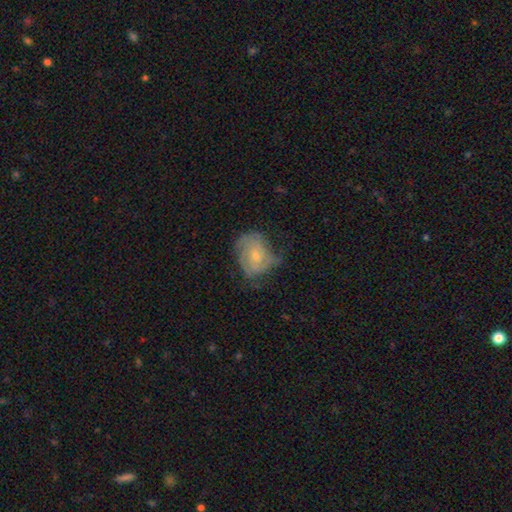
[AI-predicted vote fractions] Smooth or featured: featured or disk — 60% (smooth — 31%)
Edge-on disk: no — 97% (yes — 3%)
Bar: no — 73% (weak — 23%)
Spiral arms: yes — 77% (no — 23%)
Bulge size: small — 57% (moderate — 39%)
Merging: none — 47% (minor disturbance — 32%)